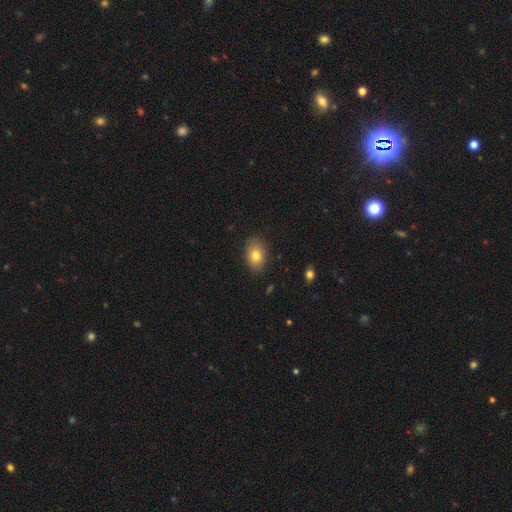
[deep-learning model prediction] Smooth or featured?
  - smooth: 78% *
  - featured or disk: 13%
  - star or artifact: 8%
How rounded?
  - in between: 83% *
  - round: 16%
  - cigar-shaped: 1%
Merging?
  - none: 86% *
  - minor disturbance: 11%
  - major disturbance: 2%
  - merger: 1%